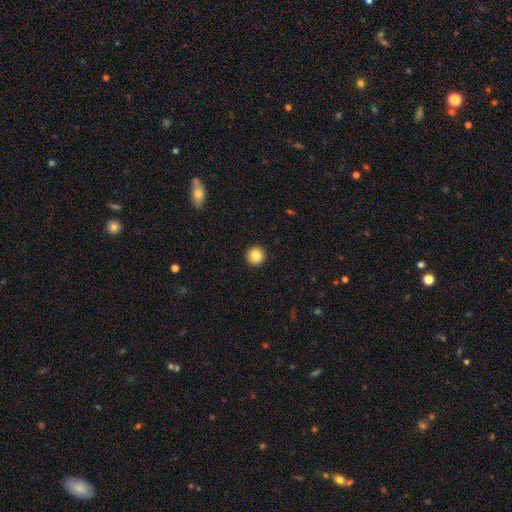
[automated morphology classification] type=smooth (85%); roundness=round (95%); merging=none (93%).